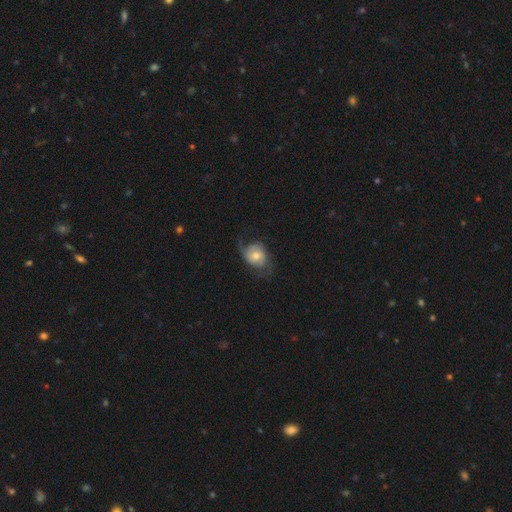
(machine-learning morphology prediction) smooth_or_featured: featured or disk (p=0.56) [alt: smooth p=0.37]
disk_edge_on: no (p=0.96) [alt: yes p=0.04]
bar: no (p=0.71) [alt: weak p=0.24]
has_spiral_arms: yes (p=0.85) [alt: no p=0.15]
bulge_size: moderate (p=0.56) [alt: small p=0.30]
merging: none (p=0.49) [alt: minor disturbance p=0.25]